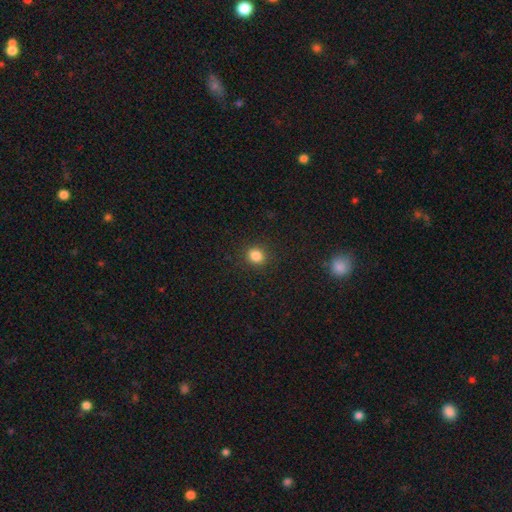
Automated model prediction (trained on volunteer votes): Q: Smooth or featured?
A: smooth (83%); runner-up: star or artifact (12%)
Q: How rounded?
A: round (78%); runner-up: in between (21%)
Q: Merging?
A: none (89%); runner-up: minor disturbance (7%)